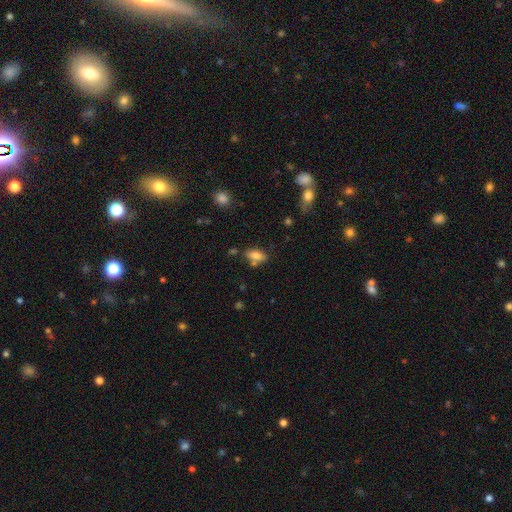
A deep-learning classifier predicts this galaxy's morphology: Q: Smooth or featured?
A: smooth (80%); runner-up: featured or disk (11%)
Q: How rounded?
A: in between (86%); runner-up: cigar-shaped (9%)
Q: Merging?
A: none (64%); runner-up: merger (16%)